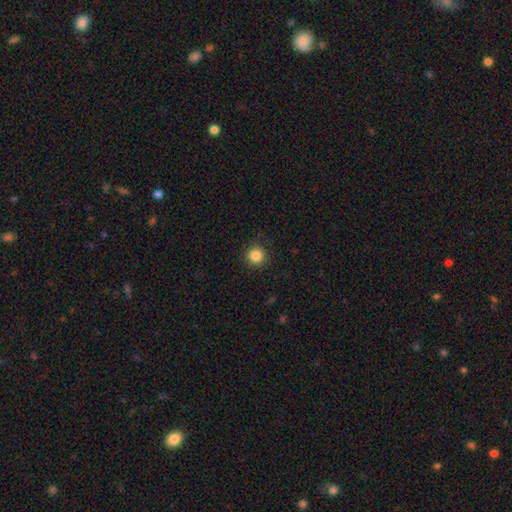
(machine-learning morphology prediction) smooth_or_featured: smooth (p=0.85) [alt: star or artifact p=0.11]
how_rounded: round (p=0.95) [alt: in between p=0.04]
merging: none (p=0.91) [alt: minor disturbance p=0.06]